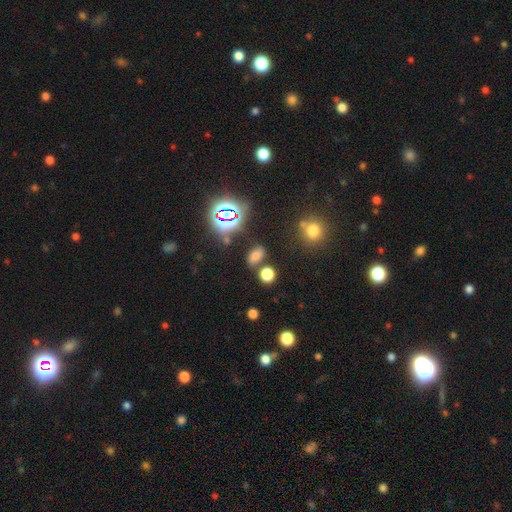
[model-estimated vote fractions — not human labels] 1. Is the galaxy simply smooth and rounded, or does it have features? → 62% smooth, 30% star or artifact, 8% featured or disk.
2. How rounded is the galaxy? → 83% in between, 14% round, 3% cigar-shaped.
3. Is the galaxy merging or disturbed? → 70% none, 14% minor disturbance, 10% merger, 6% major disturbance.